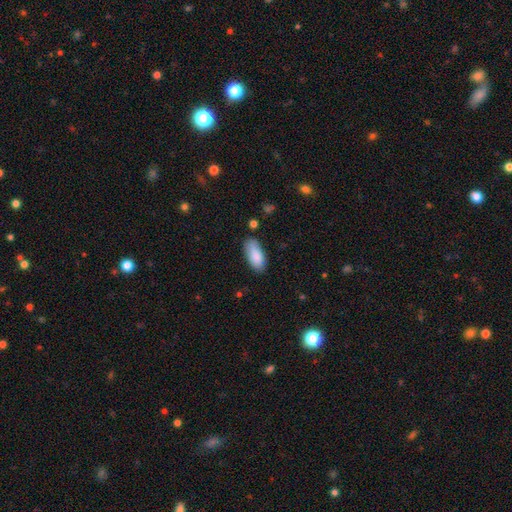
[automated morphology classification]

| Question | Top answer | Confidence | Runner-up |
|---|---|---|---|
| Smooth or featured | smooth | 87% | featured or disk (7%) |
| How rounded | in between | 90% | cigar-shaped (8%) |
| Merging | none | 77% | minor disturbance (18%) |